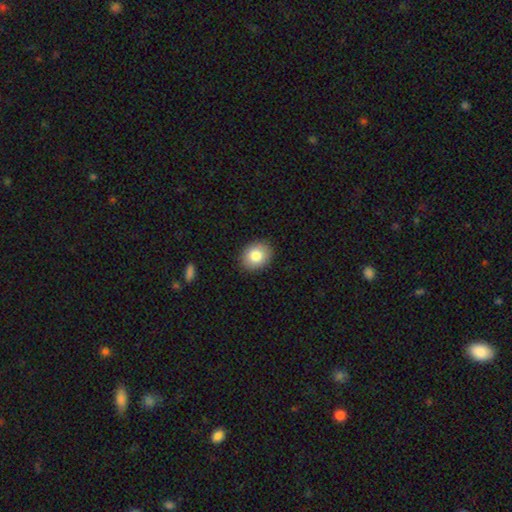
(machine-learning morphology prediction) Smooth or featured?
  - smooth: 83% *
  - featured or disk: 9%
  - star or artifact: 8%
How rounded?
  - in between: 50% *
  - round: 49%
  - cigar-shaped: 1%
Merging?
  - none: 89% *
  - minor disturbance: 8%
  - major disturbance: 2%
  - merger: 1%